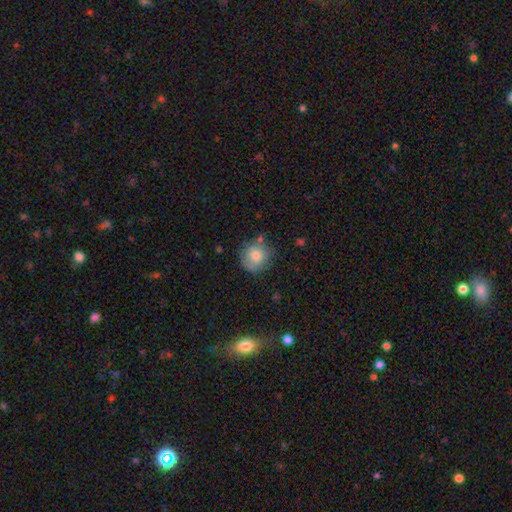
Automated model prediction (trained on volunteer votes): Q: Smooth or featured?
A: smooth (77%); runner-up: featured or disk (14%)
Q: How rounded?
A: round (90%); runner-up: in between (9%)
Q: Merging?
A: none (73%); runner-up: minor disturbance (18%)